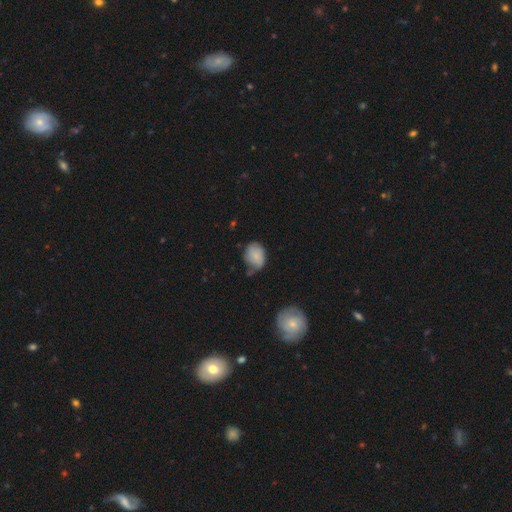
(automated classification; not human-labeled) smooth 73%, featured or disk 19%, star or artifact 8%. Down the decision tree: how rounded — in between (59%); merging — none (44%).